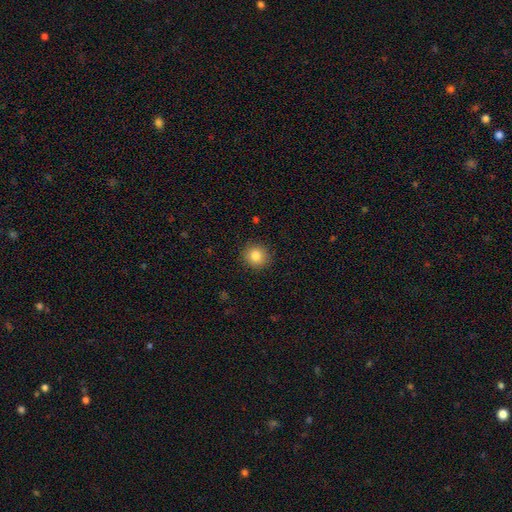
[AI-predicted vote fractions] Smooth or featured? Predicted: smooth (p=0.83). How rounded? Predicted: round (p=0.89). Merging? Predicted: none (p=0.90).